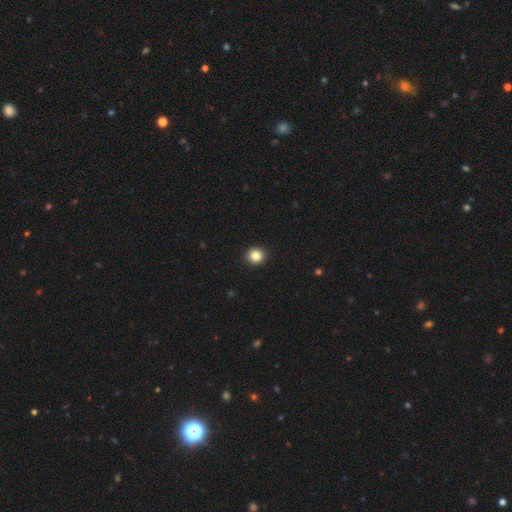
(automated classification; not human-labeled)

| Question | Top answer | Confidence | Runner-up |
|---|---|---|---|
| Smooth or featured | smooth | 85% | star or artifact (11%) |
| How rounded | round | 90% | in between (9%) |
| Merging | none | 93% | minor disturbance (4%) |